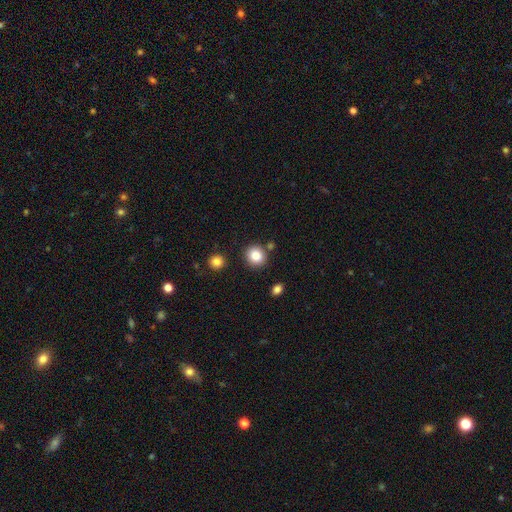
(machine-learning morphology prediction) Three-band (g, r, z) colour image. It shows a smooth galaxy with no disk features (84%) that is round (87%). Merging: none (84%).